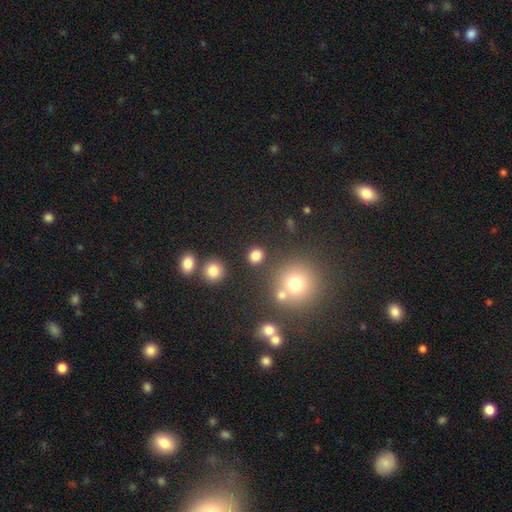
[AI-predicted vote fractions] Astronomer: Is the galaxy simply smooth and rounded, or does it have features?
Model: smooth — 80%.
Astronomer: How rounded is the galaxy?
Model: round — 79%.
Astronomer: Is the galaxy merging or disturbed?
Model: none — 84%.